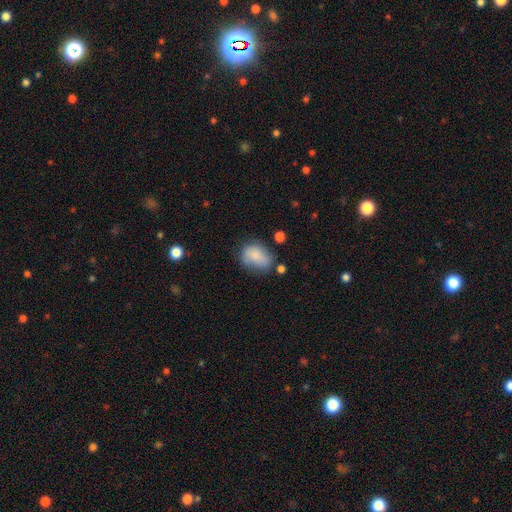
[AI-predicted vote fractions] Q: Smooth or featured?
A: smooth (79%); runner-up: featured or disk (12%)
Q: How rounded?
A: in between (63%); runner-up: round (35%)
Q: Merging?
A: none (50%); runner-up: minor disturbance (31%)